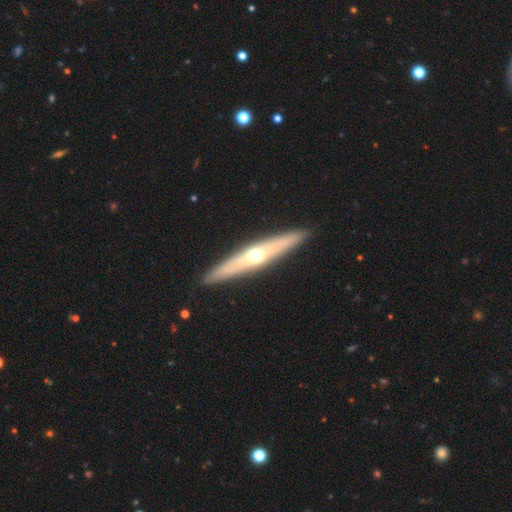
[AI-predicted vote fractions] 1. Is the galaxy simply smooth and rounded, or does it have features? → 60% featured or disk, 34% smooth, 6% star or artifact.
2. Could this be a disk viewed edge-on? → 89% yes, 11% no.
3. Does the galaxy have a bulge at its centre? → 89% rounded, 9% none, 2% boxy.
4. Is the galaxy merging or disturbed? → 90% none, 7% minor disturbance, 2% major disturbance, 1% merger.